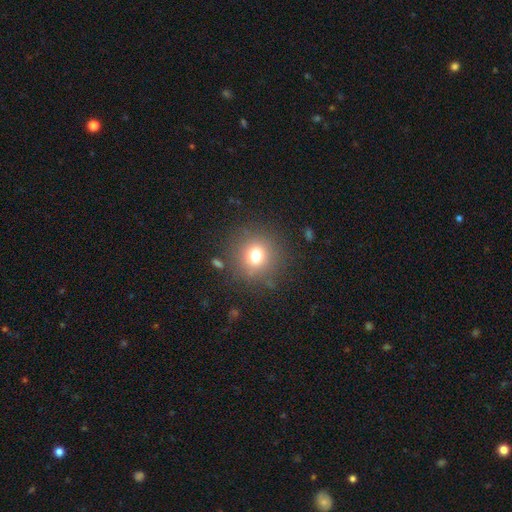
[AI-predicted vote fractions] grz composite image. It shows a smooth galaxy with no disk features (74%) that is round (93%). Merging: none (85%).